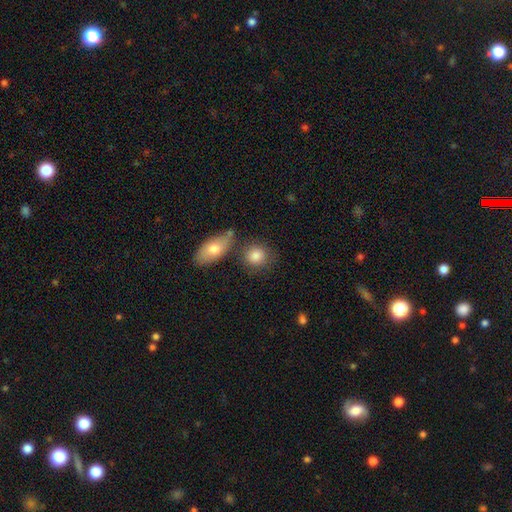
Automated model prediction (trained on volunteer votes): A smooth galaxy with no disk features (84%) that is round (72%). Merging: none (68%).